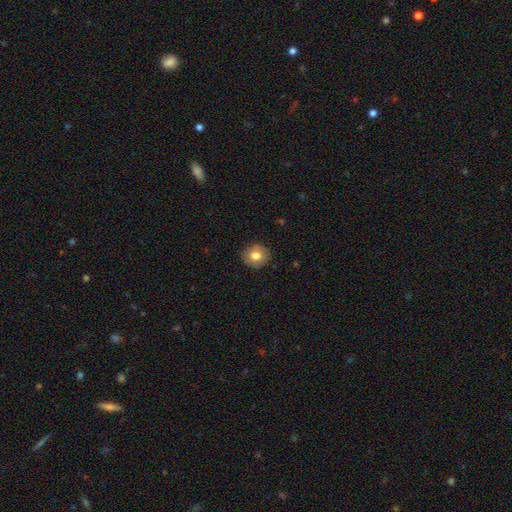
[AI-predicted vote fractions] Smooth or featured: smooth — 78% (featured or disk — 13%)
How rounded: round — 82% (in between — 17%)
Merging: none — 88% (minor disturbance — 9%)